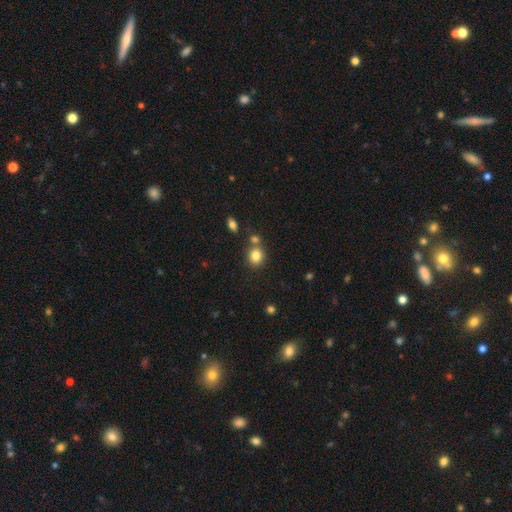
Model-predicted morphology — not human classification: Smooth or featured? Predicted: smooth (p=0.82). How rounded? Predicted: round (p=0.76). Merging? Predicted: none (p=0.66).